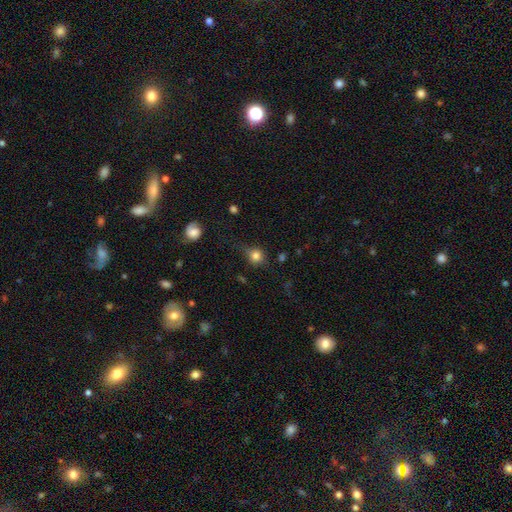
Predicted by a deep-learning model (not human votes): This is likely a smooth galaxy (79%). How rounded: clearly round (83%). Merging: likely none (62%).